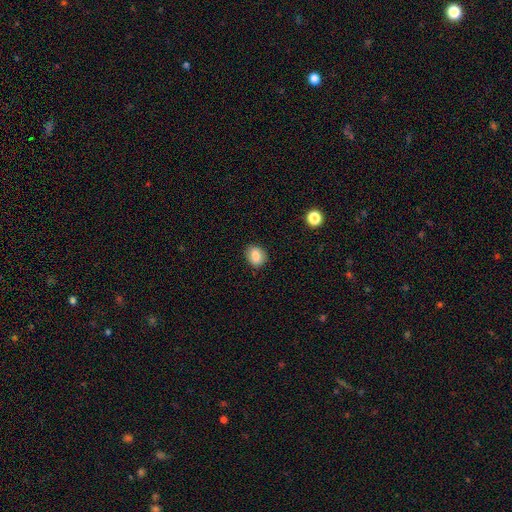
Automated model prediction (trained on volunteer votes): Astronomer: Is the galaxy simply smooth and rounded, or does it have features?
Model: smooth — 85%.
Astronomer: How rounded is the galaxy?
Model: round — 58% (runner-up: in between, 41%).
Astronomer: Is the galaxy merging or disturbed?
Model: none — 87%.